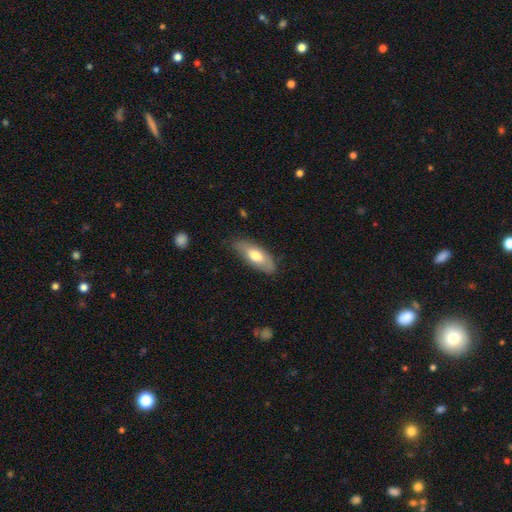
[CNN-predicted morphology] Smooth or featured?
  - smooth: 66% *
  - featured or disk: 28%
  - star or artifact: 6%
How rounded?
  - in between: 74% *
  - cigar-shaped: 23%
  - round: 2%
Merging?
  - none: 77% *
  - minor disturbance: 18%
  - major disturbance: 3%
  - merger: 1%